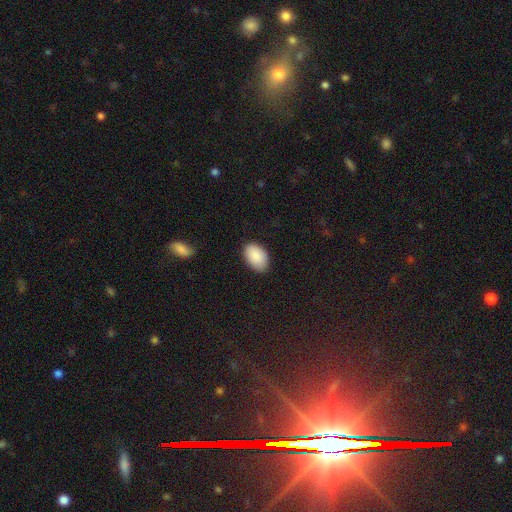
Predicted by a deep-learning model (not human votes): smooth 89%, star or artifact 6%, featured or disk 4%. Down the decision tree: how rounded — in between (92%); merging — none (83%).